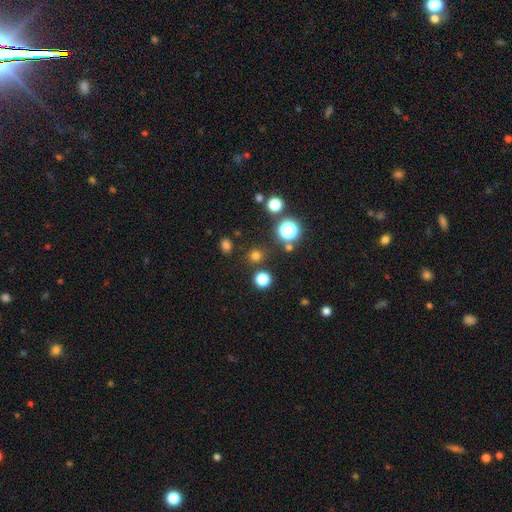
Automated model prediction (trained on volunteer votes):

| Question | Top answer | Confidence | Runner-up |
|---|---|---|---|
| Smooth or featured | smooth | 71% | star or artifact (24%) |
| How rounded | round | 89% | in between (10%) |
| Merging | none | 85% | minor disturbance (7%) |